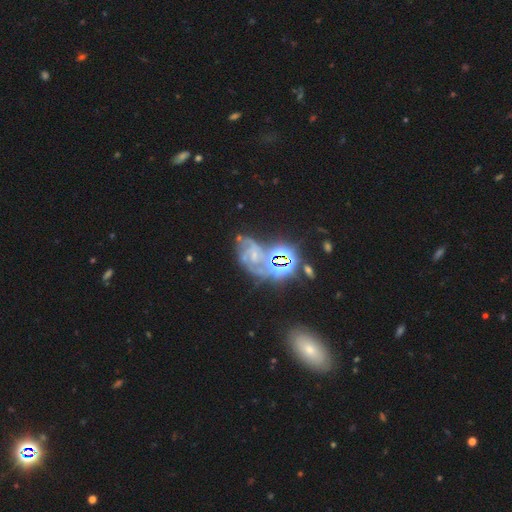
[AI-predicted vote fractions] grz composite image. It shows a featured or disk galaxy (54%) with no bar (57%), spiral arms (81%) and a small central bulge (64%). Merging: none (43%).